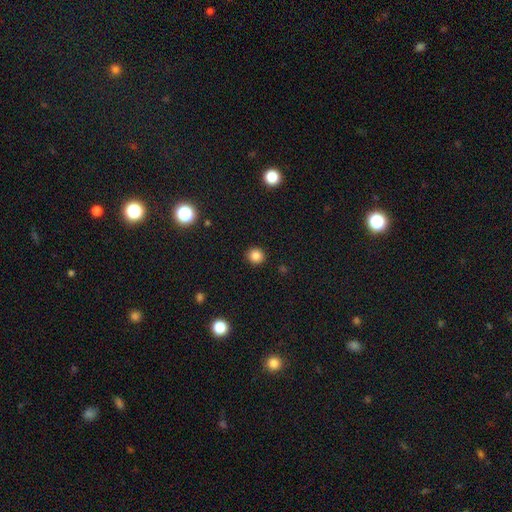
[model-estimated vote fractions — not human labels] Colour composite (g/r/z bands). It shows a smooth galaxy with no disk features (84%) that is round (92%). Merging: none (92%).